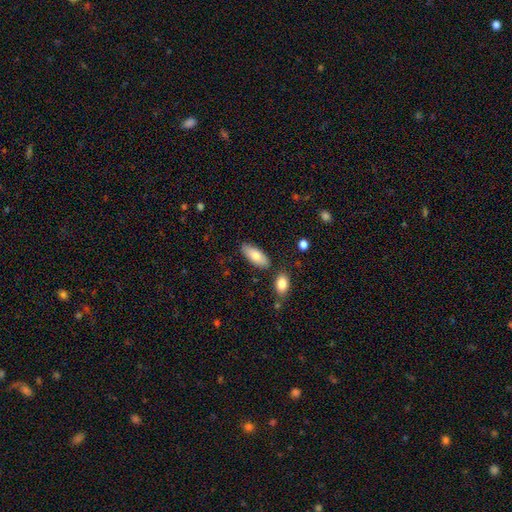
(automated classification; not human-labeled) Smooth or featured? smooth (78%)
How rounded? in between (83%)
Merging? none (81%)